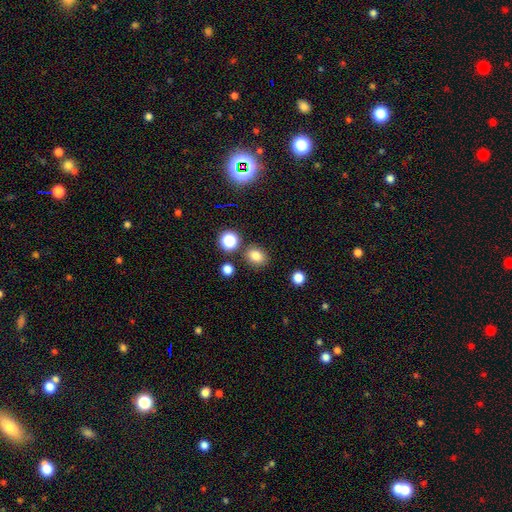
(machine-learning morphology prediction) Smooth or featured? smooth (80%)
How rounded? round (59%)
Merging? none (82%)